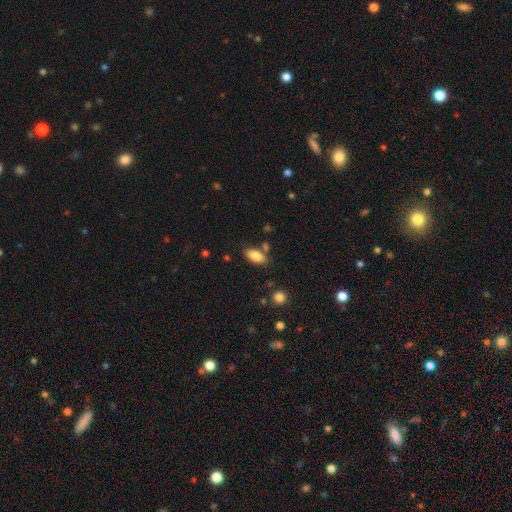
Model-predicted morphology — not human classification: Smooth or featured?
  - smooth: 84% *
  - featured or disk: 9%
  - star or artifact: 8%
How rounded?
  - in between: 92% *
  - cigar-shaped: 5%
  - round: 3%
Merging?
  - none: 73% *
  - minor disturbance: 14%
  - merger: 9%
  - major disturbance: 3%